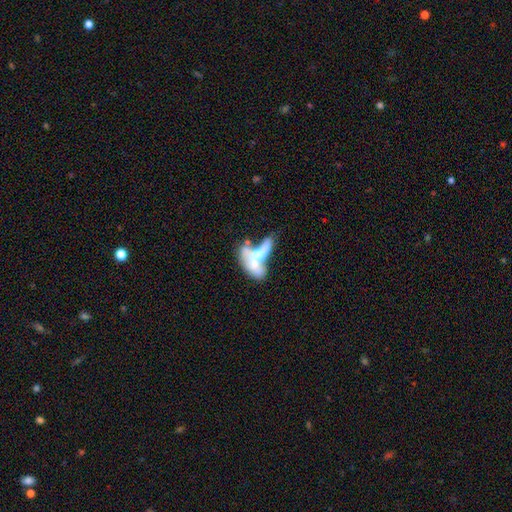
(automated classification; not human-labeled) Smooth or featured? Predicted: featured or disk (p=0.57). Edge-on disk? Predicted: no (p=0.83). Merging? Predicted: merger (p=0.52).